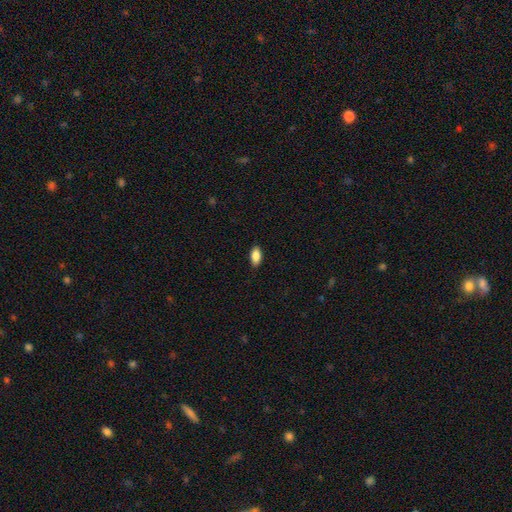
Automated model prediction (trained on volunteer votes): Smooth or featured? Predicted: smooth (p=0.88). How rounded? Predicted: in between (p=0.91). Merging? Predicted: none (p=0.87).